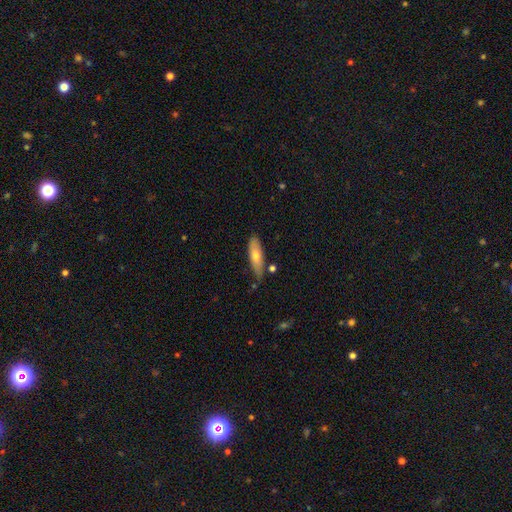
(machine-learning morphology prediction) Overall: smooth (64%; featured or disk 30%). How rounded: cigar-shaped (59%; in between 39%). Merging: none (69%).